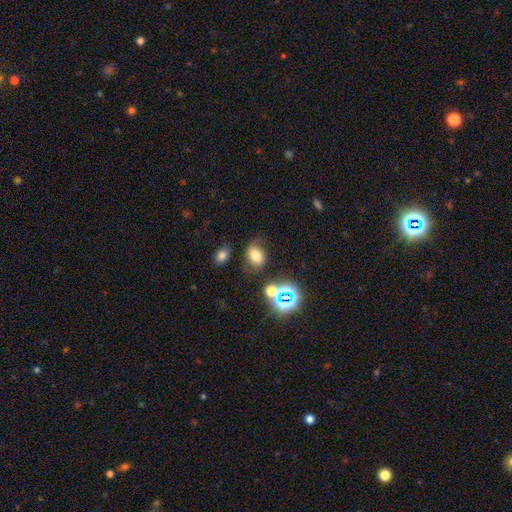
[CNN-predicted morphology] smooth 69%, star or artifact 19%, featured or disk 12%. Down the decision tree: how rounded — in between (67%); merging — none (66%).